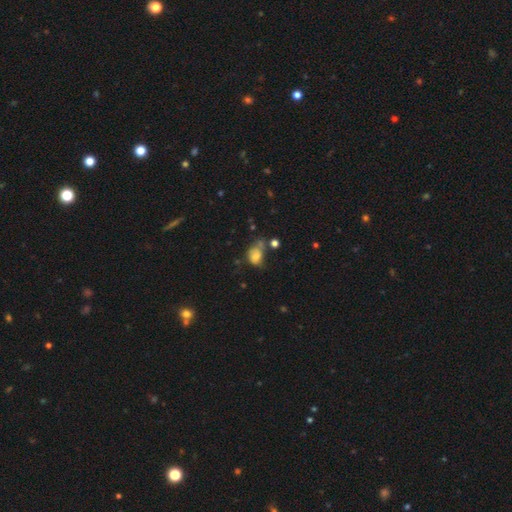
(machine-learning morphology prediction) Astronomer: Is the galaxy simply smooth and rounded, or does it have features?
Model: smooth — 68%.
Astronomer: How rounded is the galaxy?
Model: in between — 69%.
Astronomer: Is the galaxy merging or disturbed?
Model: minor disturbance — 27%, tied with none at 27%.